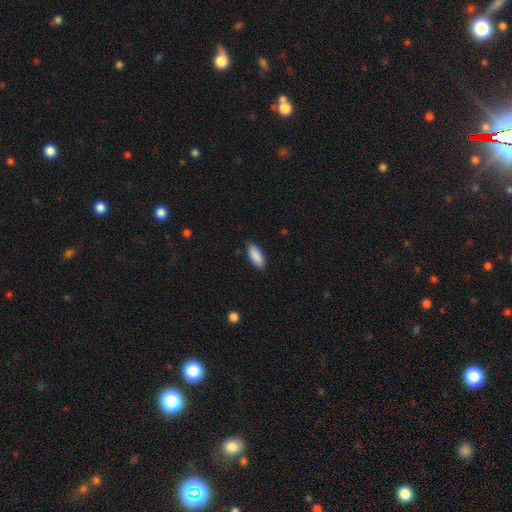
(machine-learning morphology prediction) Overall: smooth (90%). How rounded: in between (80%). Merging: none (88%).